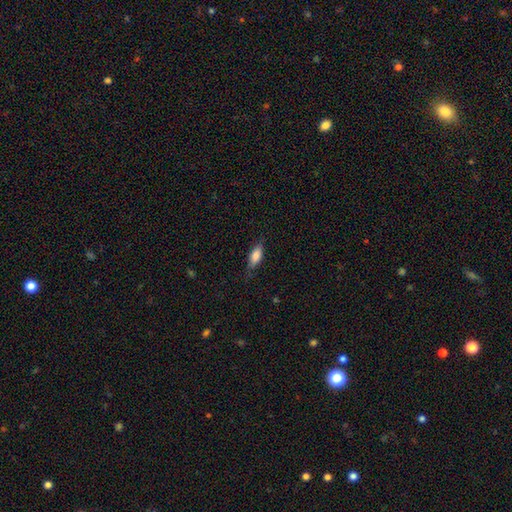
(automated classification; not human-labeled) A smooth galaxy with no disk features (79%) that is in between round and cigar-shaped (70%).

Vote fractions:
- Smooth or featured? smooth: 79% / featured or disk: 14% / star or artifact: 7%
- How rounded? in between: 70% / cigar-shaped: 28% / round: 3%
- Merging? none: 76% / minor disturbance: 18% / major disturbance: 4% / merger: 1%